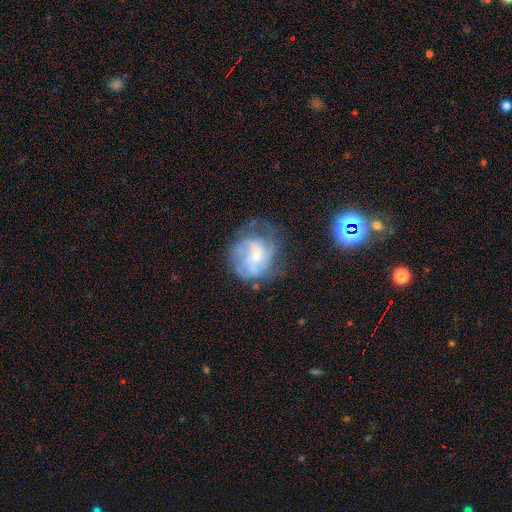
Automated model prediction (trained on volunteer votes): The model was most divided on "spiral winding": tight: 40%, medium: 39%, loose: 21%. Remaining: edge-on disk — no (97%); spiral arms — yes (81%); smooth or featured — featured or disk (67%); bulge size — small (59%); bar — no (53%); merging — none (52%); spiral arm count — can't tell (42%).